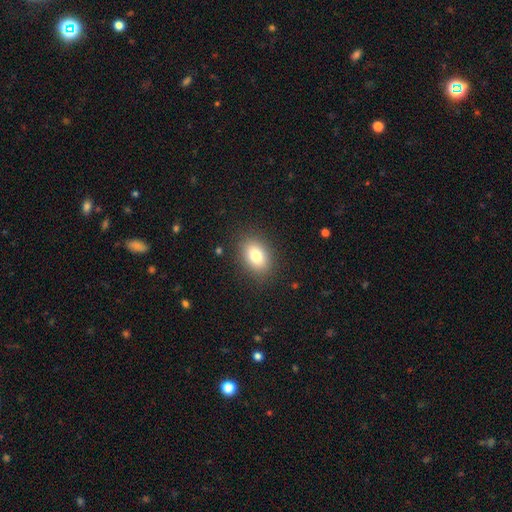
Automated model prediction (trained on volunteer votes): This appears to be a smooth galaxy with no disk features (79%) that is in between round and cigar-shaped (77%). Merging: none (87%).